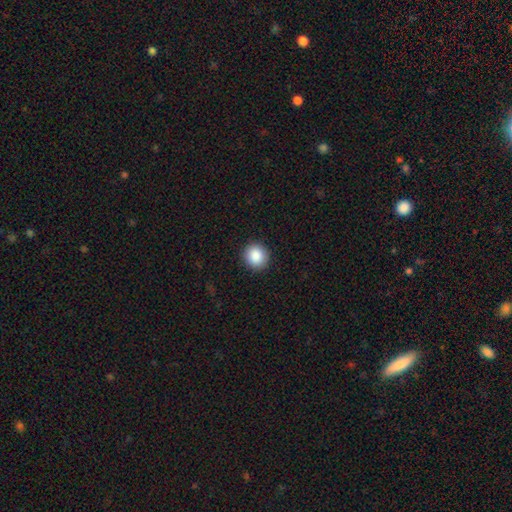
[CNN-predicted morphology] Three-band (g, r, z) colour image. It shows a smooth galaxy with no disk features (88%) that is round (92%). Merging: none (92%).